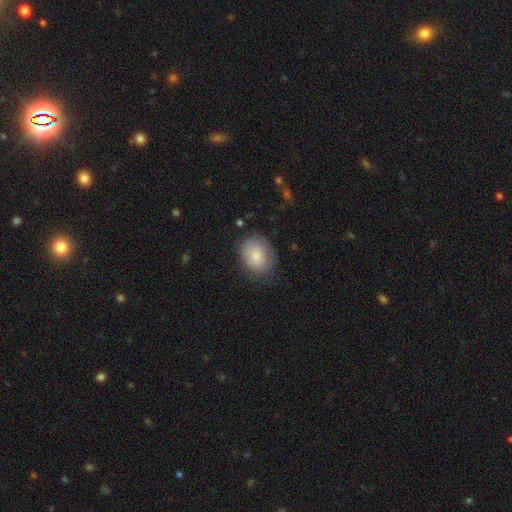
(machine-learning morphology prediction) This is clearly a smooth galaxy (83%). How rounded: possibly in between (55%). Merging: likely none (73%).